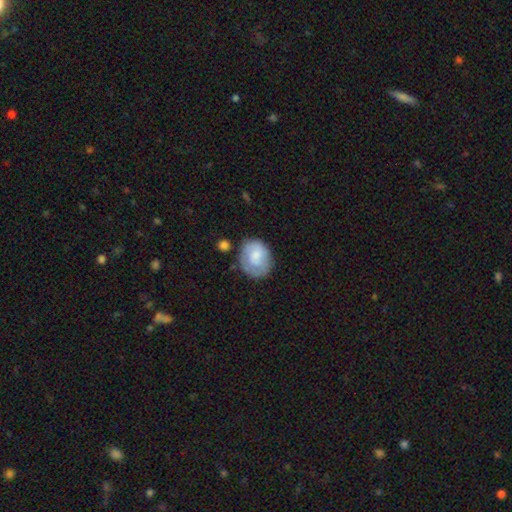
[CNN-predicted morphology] Q: Smooth or featured?
A: smooth (59%); runner-up: featured or disk (35%)
Q: How rounded?
A: round (53%); runner-up: in between (46%)
Q: Merging?
A: none (60%); runner-up: minor disturbance (24%)